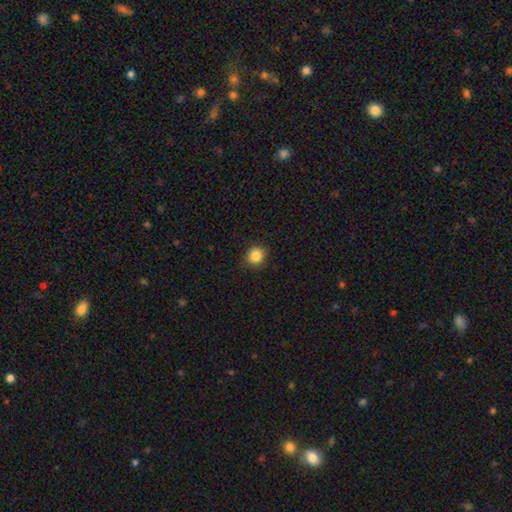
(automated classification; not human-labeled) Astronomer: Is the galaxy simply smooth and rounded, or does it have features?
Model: smooth — 86%.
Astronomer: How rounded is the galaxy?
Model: round — 87%.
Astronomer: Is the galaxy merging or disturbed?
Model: none — 89%.